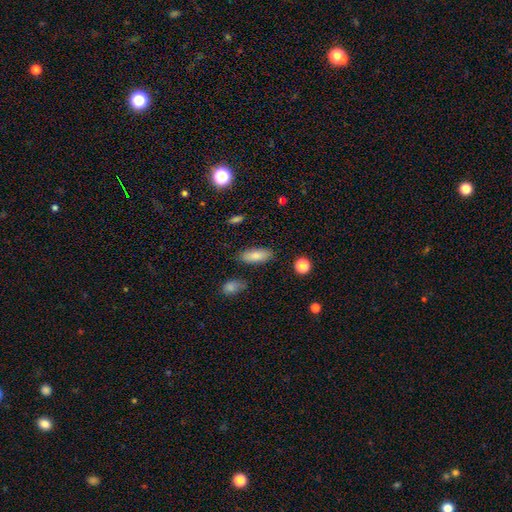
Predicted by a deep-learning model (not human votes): smooth-or-featured: smooth: 84% | featured or disk: 9% | star or artifact: 7%
  how-rounded: in between: 79% | cigar-shaped: 18% | round: 2%
  merging: none: 84% | minor disturbance: 11% | major disturbance: 3% | merger: 3%